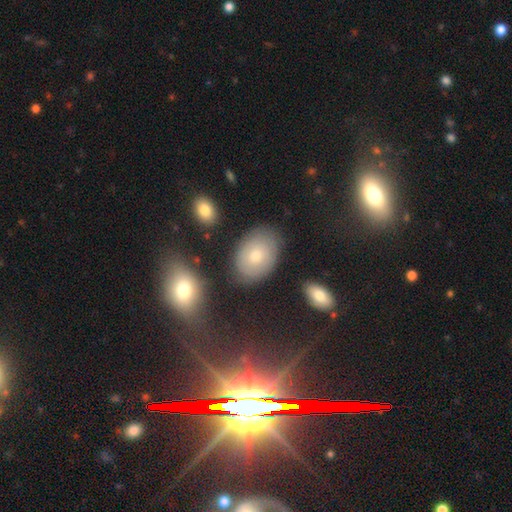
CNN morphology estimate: The model was most divided on "smooth or featured": smooth: 58%, featured or disk: 32%, star or artifact: 9%. More confident: how rounded — in between (79%); merging — none (78%).